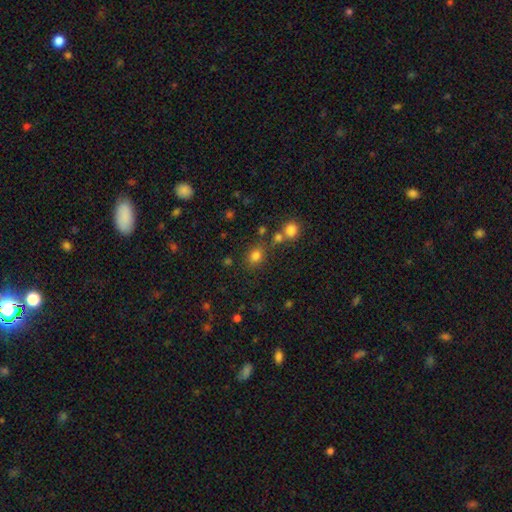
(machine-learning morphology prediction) Q: Smooth or featured?
A: smooth (79%); runner-up: star or artifact (15%)
Q: How rounded?
A: round (54%); runner-up: in between (45%)
Q: Merging?
A: none (69%); runner-up: merger (13%)